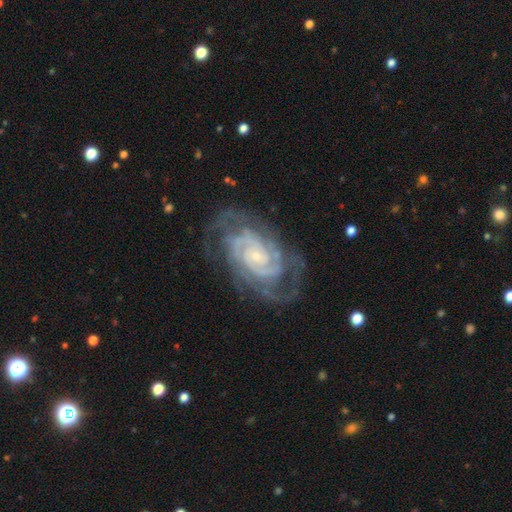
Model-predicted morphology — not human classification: Smooth or featured? Predicted: featured or disk (p=0.91). Edge-on disk? Predicted: no (p=0.97). Bar? Predicted: no (p=0.65). Spiral arms? Predicted: yes (p=0.98). Spiral winding? Predicted: tight (p=0.74). Spiral arm count? Predicted: 2 (p=0.35). Bulge size? Predicted: small (p=0.80). Merging? Predicted: none (p=0.72).